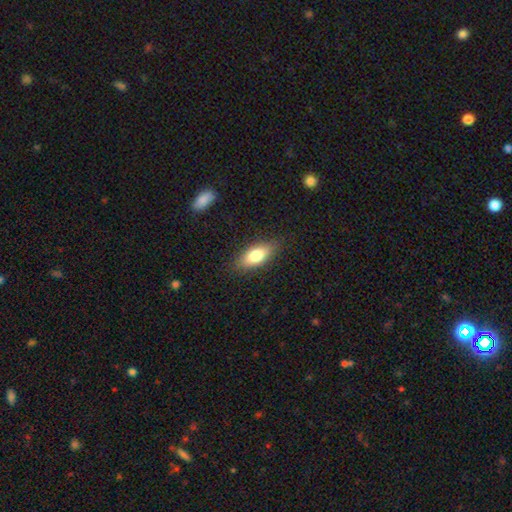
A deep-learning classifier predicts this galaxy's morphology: Smooth or featured: smooth — 76% (featured or disk — 17%)
How rounded: in between — 79% (cigar-shaped — 18%)
Merging: none — 85% (minor disturbance — 11%)